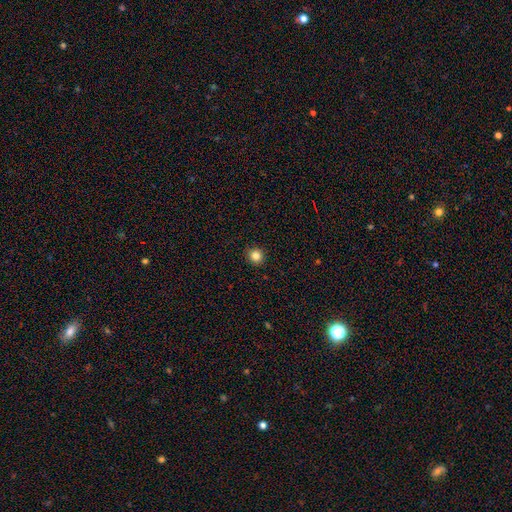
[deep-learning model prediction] Q: Smooth or featured?
A: smooth (84%); runner-up: star or artifact (12%)
Q: How rounded?
A: round (93%); runner-up: in between (6%)
Q: Merging?
A: none (93%); runner-up: minor disturbance (5%)